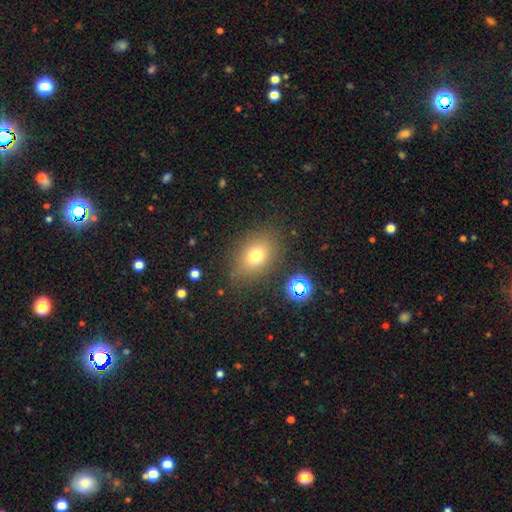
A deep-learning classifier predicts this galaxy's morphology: This is likely a smooth galaxy (73%). How rounded: likely in between (68%). Merging: likely none (79%).